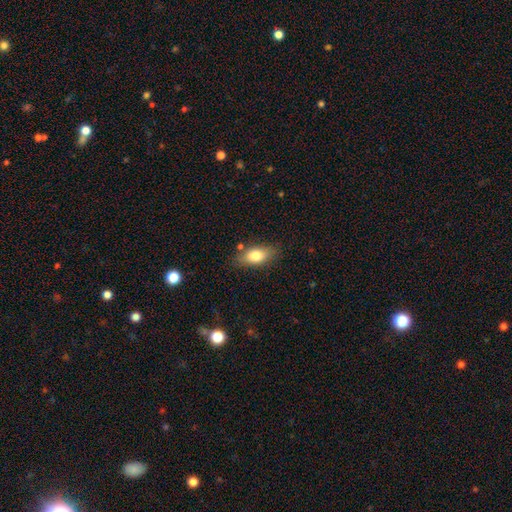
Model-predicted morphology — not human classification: A smooth galaxy with no disk features (78%) that is in between round and cigar-shaped (85%).

Vote fractions:
- Smooth or featured? smooth: 78% / featured or disk: 15% / star or artifact: 7%
- How rounded? in between: 85% / cigar-shaped: 10% / round: 5%
- Merging? none: 79% / minor disturbance: 14% / major disturbance: 3% / merger: 3%